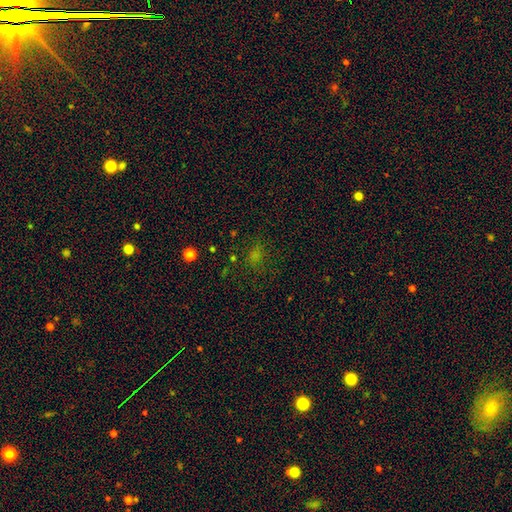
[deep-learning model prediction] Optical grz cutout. It shows a smooth galaxy with no disk features (62%) that is round (49%). Merging: none (70%).